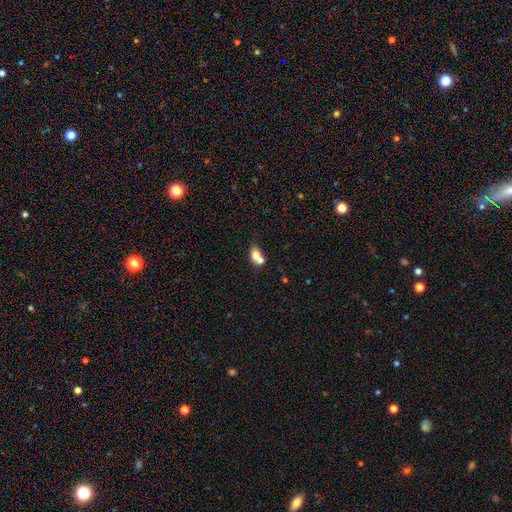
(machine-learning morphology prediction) Smooth or featured?
  - smooth: 73% *
  - featured or disk: 17%
  - star or artifact: 10%
How rounded?
  - in between: 65% *
  - round: 34%
  - cigar-shaped: 2%
Merging?
  - merger: 58% *
  - none: 30%
  - minor disturbance: 8%
  - major disturbance: 4%